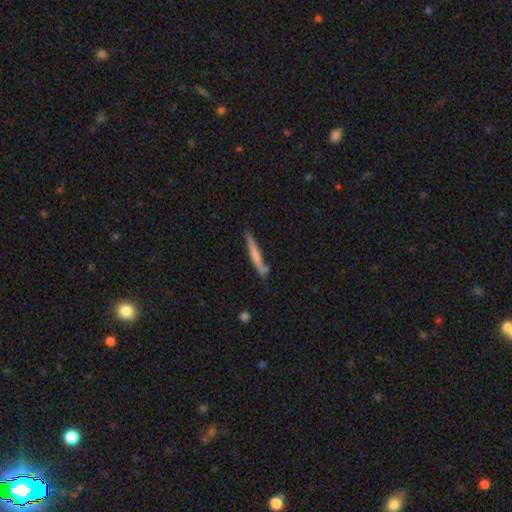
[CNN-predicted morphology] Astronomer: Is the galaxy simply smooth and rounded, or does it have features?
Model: smooth — 59% (runner-up: featured or disk, 36%).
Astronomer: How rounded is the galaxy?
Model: cigar-shaped — 96%.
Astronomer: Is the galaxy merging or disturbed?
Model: none — 77%.